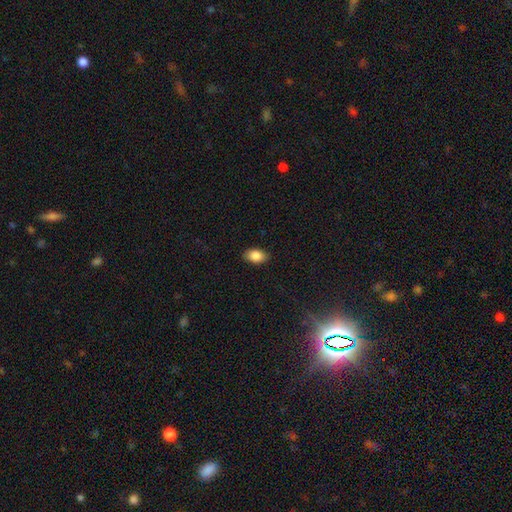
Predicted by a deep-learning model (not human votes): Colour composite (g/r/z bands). It shows a smooth galaxy with no disk features (87%) that is in between round and cigar-shaped (90%). Merging: none (88%).